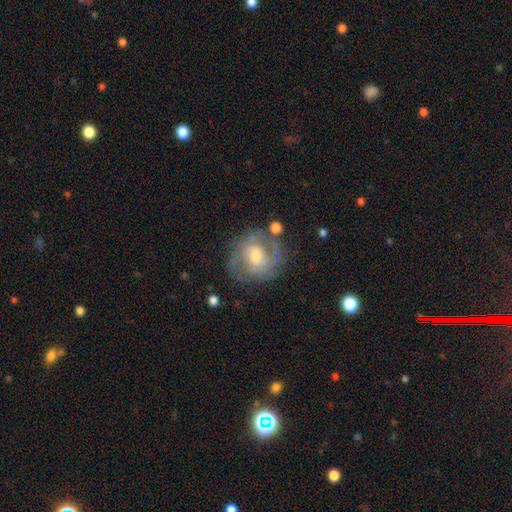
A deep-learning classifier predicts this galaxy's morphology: Q: Smooth or featured?
A: featured or disk (69%); runner-up: smooth (23%)
Q: Edge-on disk?
A: no (97%); runner-up: yes (3%)
Q: Bar?
A: weak (47%); runner-up: no (43%)
Q: Spiral arms?
A: yes (82%); runner-up: no (18%)
Q: Spiral winding?
A: medium (42%); tied with: tight (42%)
Q: Spiral arm count?
A: 2 (43%); runner-up: can't tell (32%)
Q: Bulge size?
A: moderate (60%); runner-up: small (32%)
Q: Merging?
A: none (68%); runner-up: minor disturbance (18%)